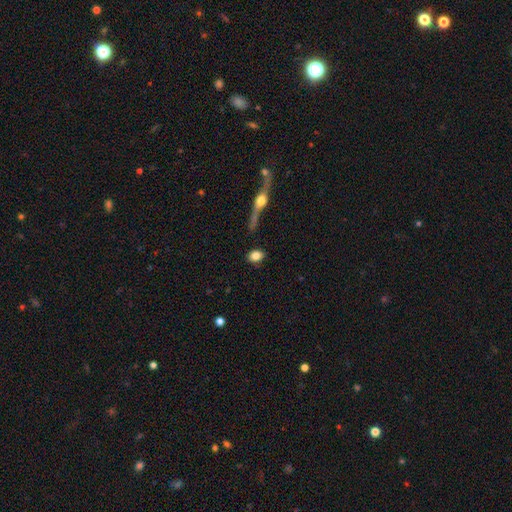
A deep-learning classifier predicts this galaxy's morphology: Smooth or featured?
  - smooth: 83% *
  - featured or disk: 10%
  - star or artifact: 7%
How rounded?
  - in between: 68% *
  - round: 29%
  - cigar-shaped: 3%
Merging?
  - none: 80% *
  - minor disturbance: 9%
  - merger: 6%
  - major disturbance: 4%